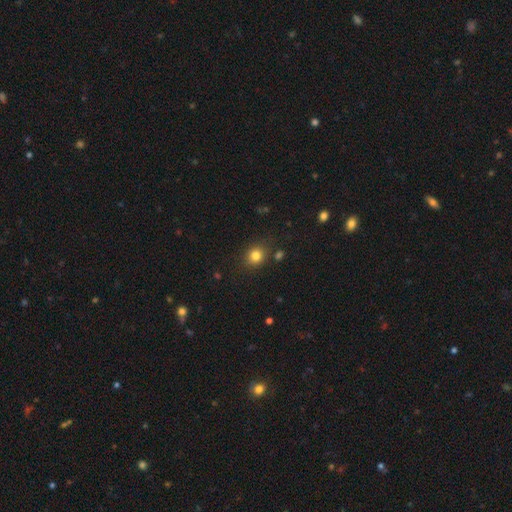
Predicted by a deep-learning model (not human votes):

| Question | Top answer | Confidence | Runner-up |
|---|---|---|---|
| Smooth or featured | smooth | 81% | star or artifact (13%) |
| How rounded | round | 73% | in between (26%) |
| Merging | none | 83% | minor disturbance (10%) |